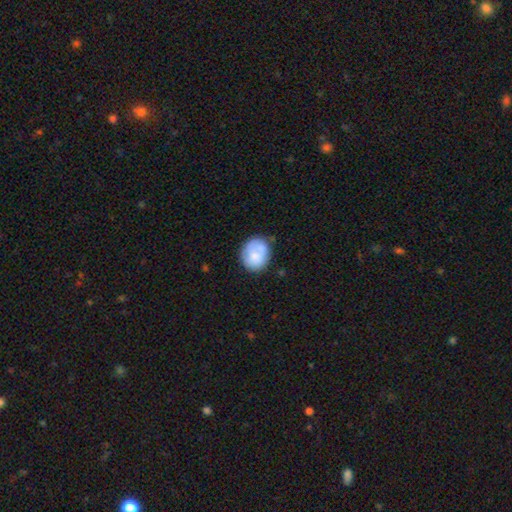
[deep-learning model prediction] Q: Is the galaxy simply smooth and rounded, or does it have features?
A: smooth — 72%.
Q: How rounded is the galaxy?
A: round — 62%.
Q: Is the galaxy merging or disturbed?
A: none — 62%.